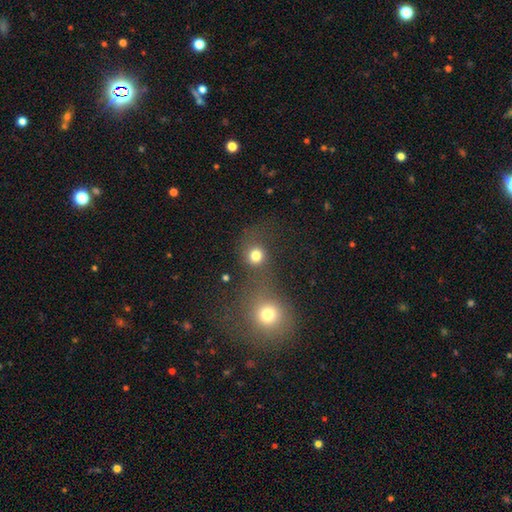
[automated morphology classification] The model was most divided on "merging": none: 46%, merger: 38%, minor disturbance: 8%, major disturbance: 8%. More confident: how rounded — round (84%); smooth or featured — smooth (77%).